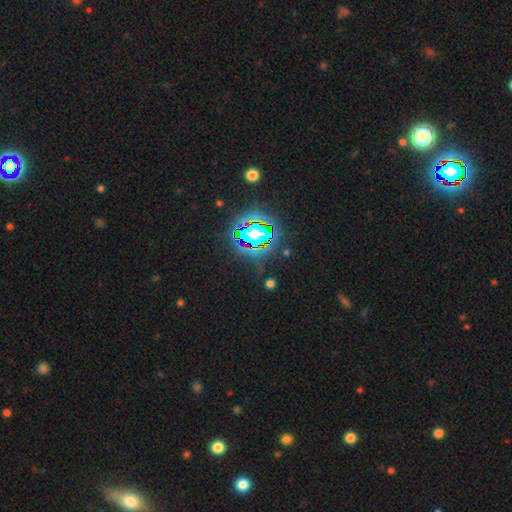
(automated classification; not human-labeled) Q: Smooth or featured?
A: star or artifact (80%); runner-up: smooth (12%)